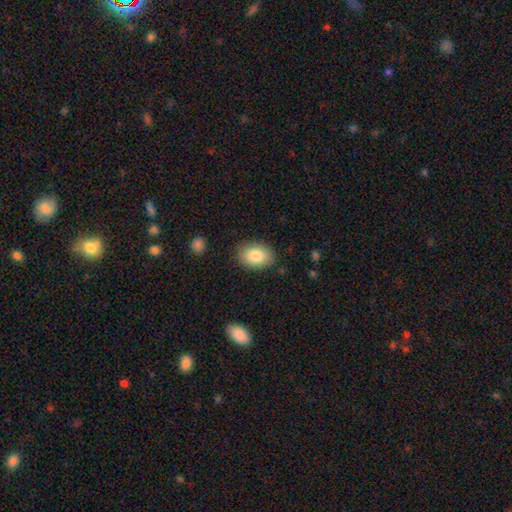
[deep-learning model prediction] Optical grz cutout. It shows a smooth galaxy with no disk features (84%) that is in between round and cigar-shaped (84%). Merging: none (85%).